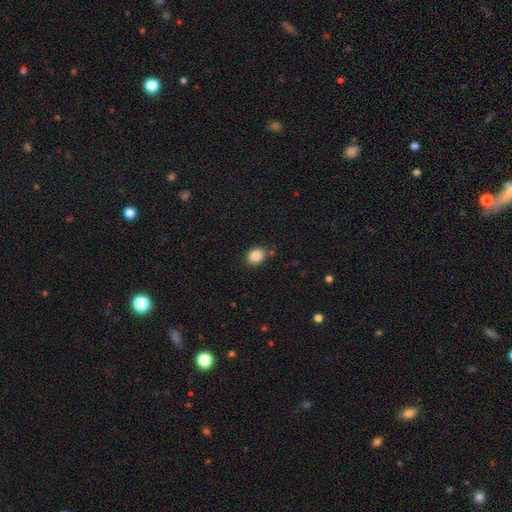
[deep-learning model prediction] Smooth or featured? Predicted: smooth (p=0.87). How rounded? Predicted: in between (p=0.51). Merging? Predicted: none (p=0.84).